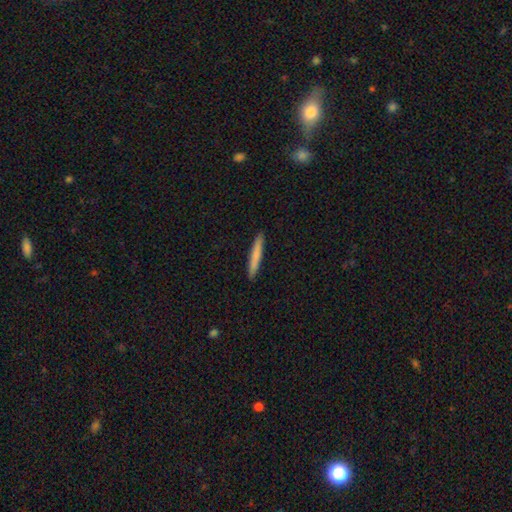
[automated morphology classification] This appears to be a smooth galaxy with no disk features (75%) that is cigar-shaped (96%). Merging: none (92%).